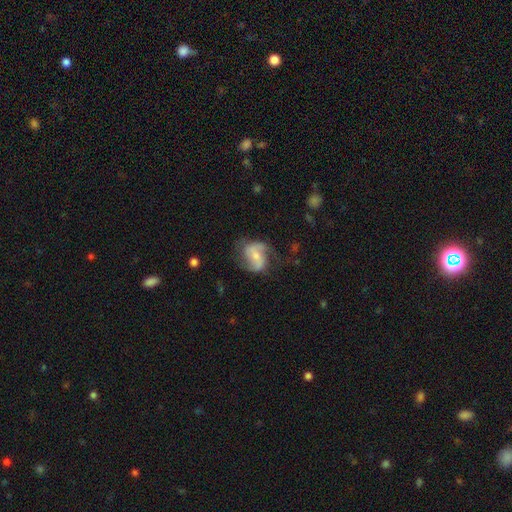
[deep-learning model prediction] Morphology: type=featured or disk (72%); edge-on=no (97%); bar=weak (42%); spiral arms=yes (90%); winding=loose (47%); arm count=2 (86%); bulge=small (51%); merging=none (58%).